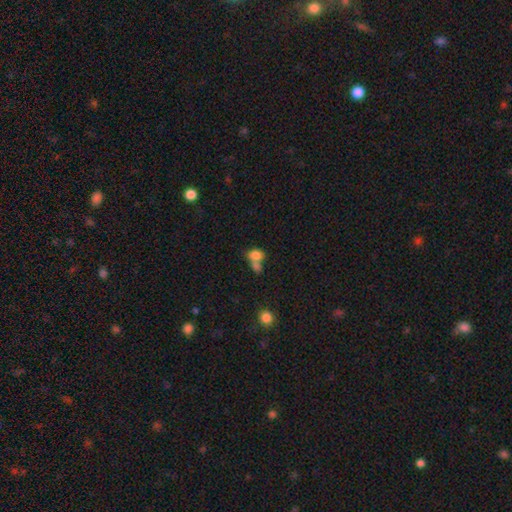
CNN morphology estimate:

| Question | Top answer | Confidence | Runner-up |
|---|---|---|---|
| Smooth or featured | smooth | 80% | star or artifact (10%) |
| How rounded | in between | 70% | round (29%) |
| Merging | merger | 56% | none (30%) |